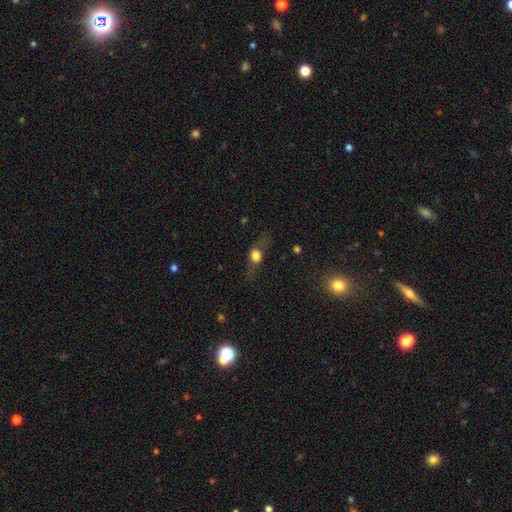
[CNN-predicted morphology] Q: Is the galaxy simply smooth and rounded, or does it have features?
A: smooth — 56%.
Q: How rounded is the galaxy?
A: in between — 48%.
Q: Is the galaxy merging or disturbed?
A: none — 60%.